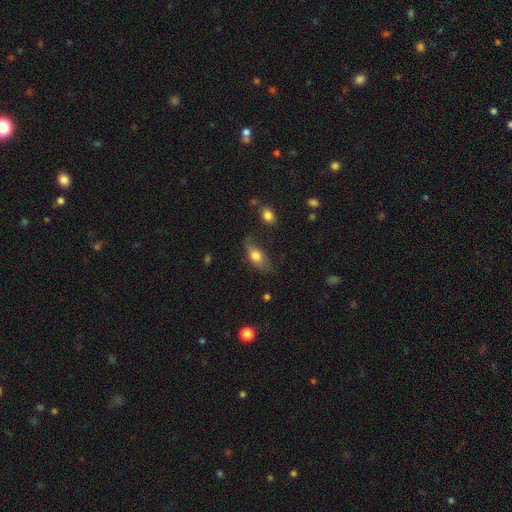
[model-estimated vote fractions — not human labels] The model was most divided on "merging": none: 52%, minor disturbance: 31%, major disturbance: 14%, merger: 3%. More confident: how rounded — in between (85%); smooth or featured — smooth (75%).